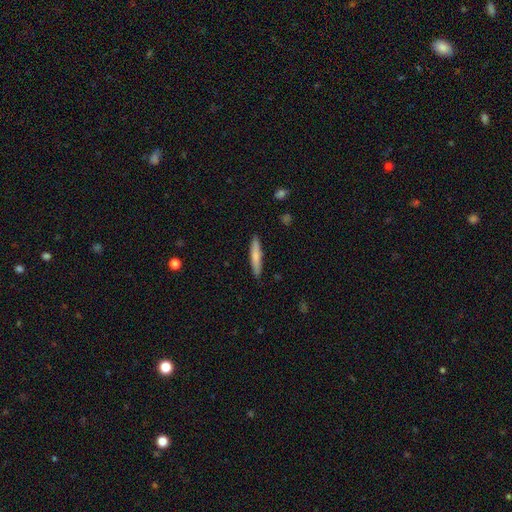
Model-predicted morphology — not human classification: Smooth or featured: smooth — 72% (featured or disk — 22%)
How rounded: cigar-shaped — 91% (in between — 8%)
Merging: none — 89% (minor disturbance — 8%)